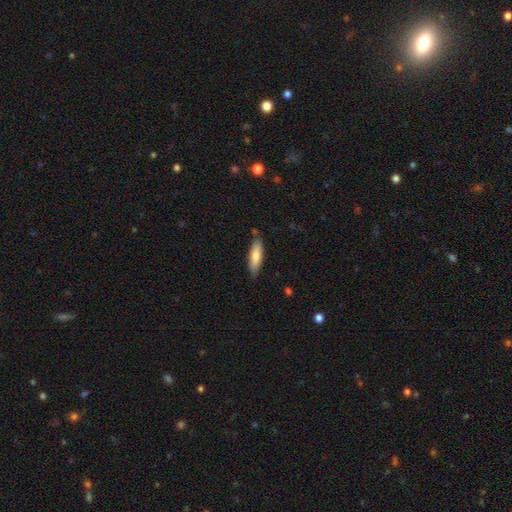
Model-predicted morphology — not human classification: smooth 74%, featured or disk 20%, star or artifact 6%. Down the decision tree: how rounded — cigar-shaped (59%); merging — none (80%).